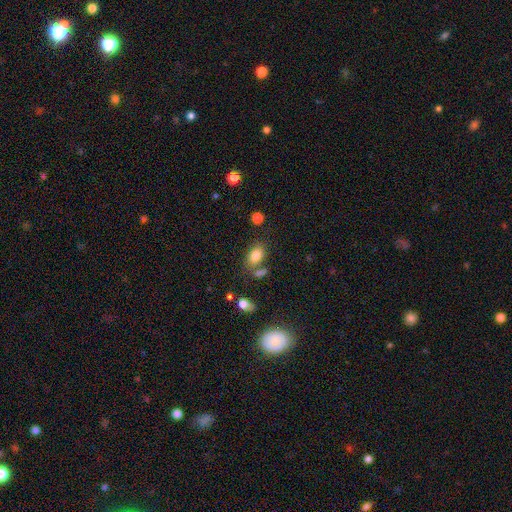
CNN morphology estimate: A smooth galaxy with no disk features (81%) that is in between round and cigar-shaped (82%).

Vote fractions:
- Smooth or featured? smooth: 81% / star or artifact: 10% / featured or disk: 9%
- How rounded? in between: 82% / round: 16% / cigar-shaped: 2%
- Merging? none: 66% / minor disturbance: 15% / merger: 14% / major disturbance: 5%